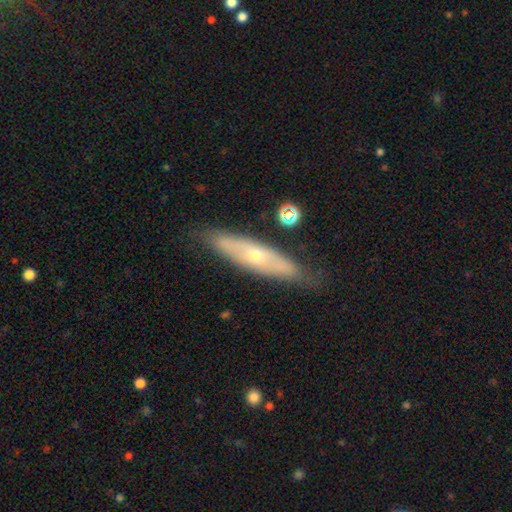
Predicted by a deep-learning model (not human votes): Q: Smooth or featured?
A: featured or disk (52%); runner-up: smooth (41%)
Q: Edge-on disk?
A: yes (53%); runner-up: no (47%)
Q: Merging?
A: none (78%); runner-up: minor disturbance (16%)